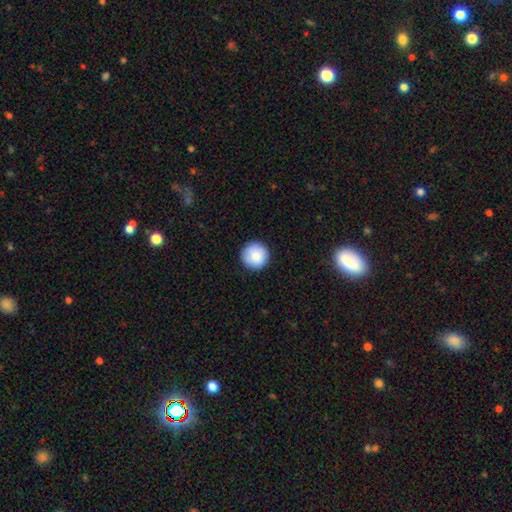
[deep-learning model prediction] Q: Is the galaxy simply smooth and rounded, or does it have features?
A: smooth — 83%.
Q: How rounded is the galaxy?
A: round — 97%.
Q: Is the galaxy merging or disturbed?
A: none — 91%.